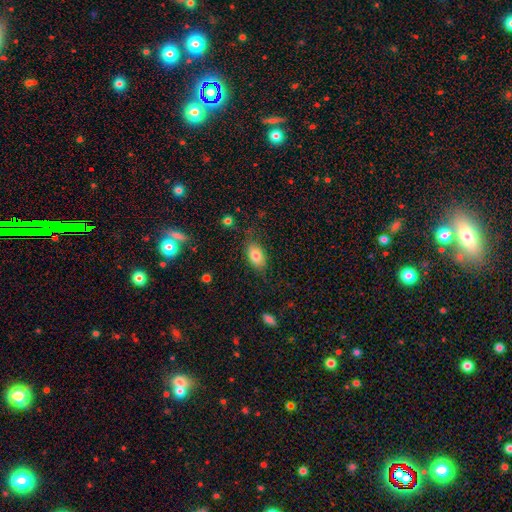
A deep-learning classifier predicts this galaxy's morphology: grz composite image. It shows a smooth galaxy with no disk features (79%) that is in between round and cigar-shaped (90%). Merging: none (74%).